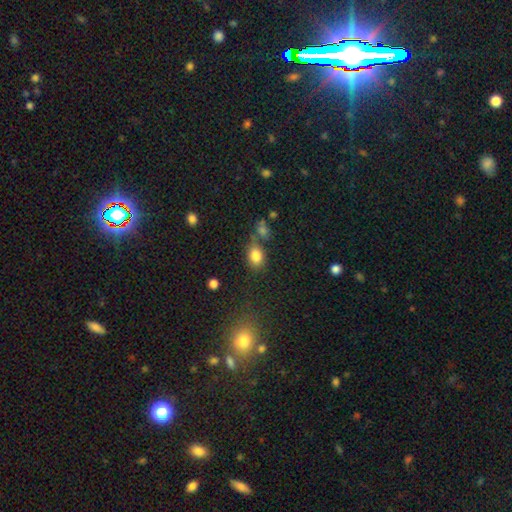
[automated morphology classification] Smooth or featured: smooth — 82% (star or artifact — 11%)
How rounded: in between — 69% (round — 29%)
Merging: none — 62% (merger — 16%)